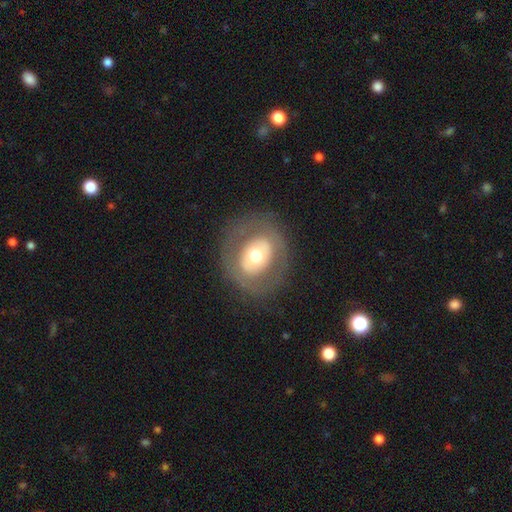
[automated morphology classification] Overall: smooth (47%; featured or disk 45%). Merging: none (81%).